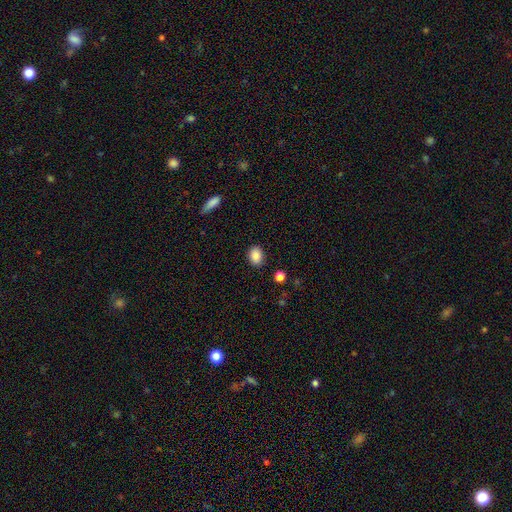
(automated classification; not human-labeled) Smooth or featured: smooth — 87% (star or artifact — 9%)
How rounded: in between — 63% (round — 36%)
Merging: none — 88% (minor disturbance — 8%)